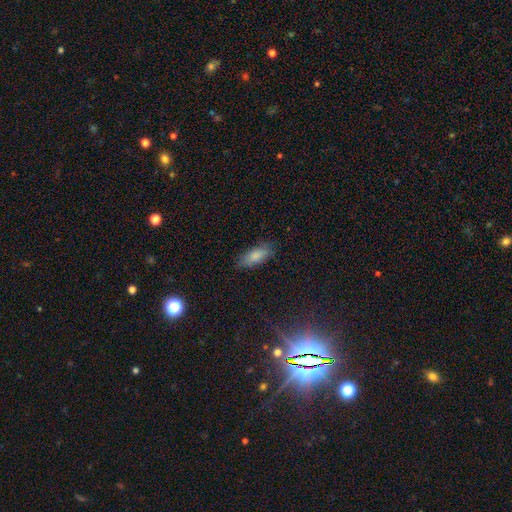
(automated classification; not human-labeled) Smooth or featured? Predicted: smooth (p=0.83). How rounded? Predicted: in between (p=0.79). Merging? Predicted: none (p=0.80).